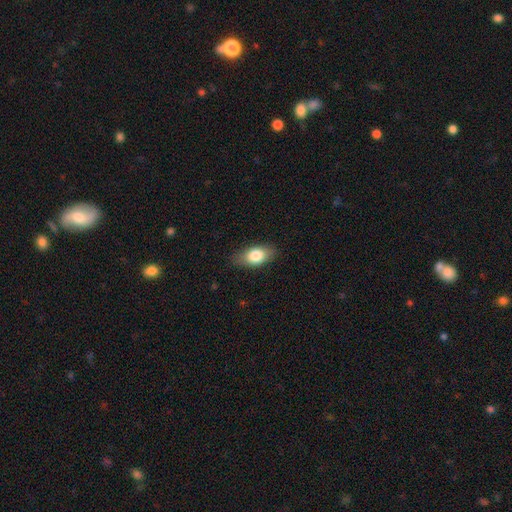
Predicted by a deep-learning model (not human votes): A smooth galaxy with no disk features (79%) that is in between round and cigar-shaped (88%).

Vote fractions:
- Smooth or featured? smooth: 79% / featured or disk: 14% / star or artifact: 7%
- How rounded? in between: 88% / round: 6% / cigar-shaped: 6%
- Merging? none: 81% / minor disturbance: 15% / major disturbance: 3% / merger: 1%